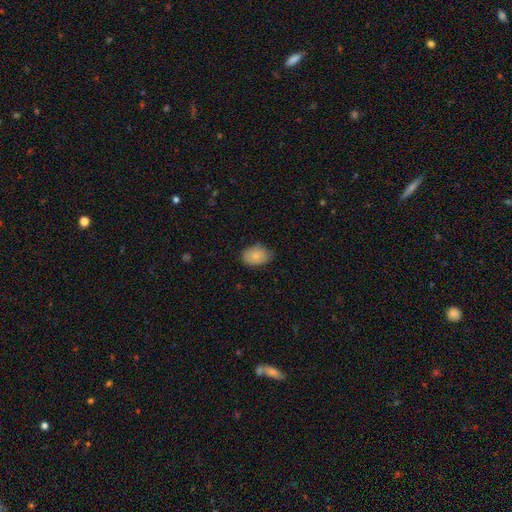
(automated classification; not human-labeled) Smooth or featured: smooth — 82% (featured or disk — 10%)
How rounded: in between — 78% (round — 21%)
Merging: none — 71% (minor disturbance — 24%)